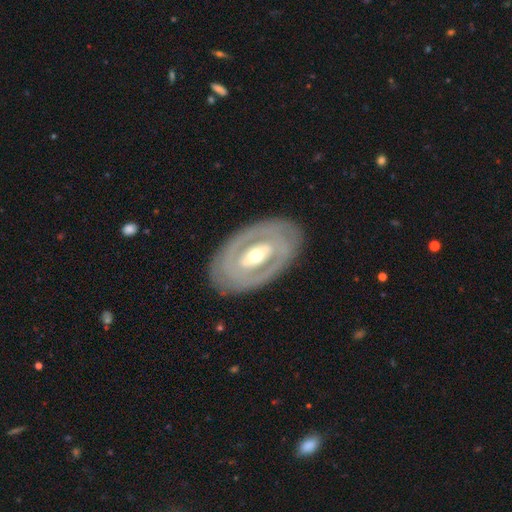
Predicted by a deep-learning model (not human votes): Smooth or featured? Predicted: featured or disk (p=0.76). Edge-on disk? Predicted: no (p=0.92). Bar? Predicted: no (p=0.40). Spiral arms? Predicted: no (p=0.59). Bulge size? Predicted: moderate (p=0.63). Merging? Predicted: none (p=0.83).